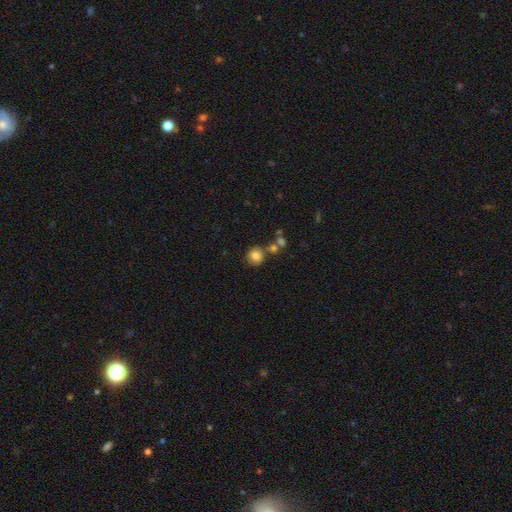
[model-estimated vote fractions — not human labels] Morphology: type=smooth (82%); roundness=round (90%); merging=none (70%).